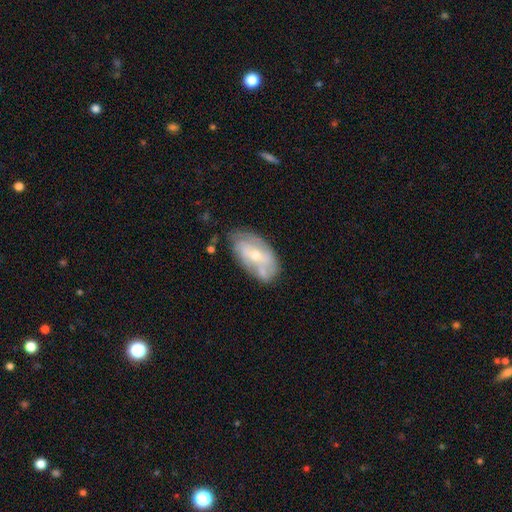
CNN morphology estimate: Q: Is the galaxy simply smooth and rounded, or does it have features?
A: featured or disk — 67%.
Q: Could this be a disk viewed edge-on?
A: no — 93%.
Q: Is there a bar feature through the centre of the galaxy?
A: no — 55%.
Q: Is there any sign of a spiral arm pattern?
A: yes — 72%.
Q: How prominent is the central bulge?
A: small — 54%.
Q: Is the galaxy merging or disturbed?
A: none — 53%.